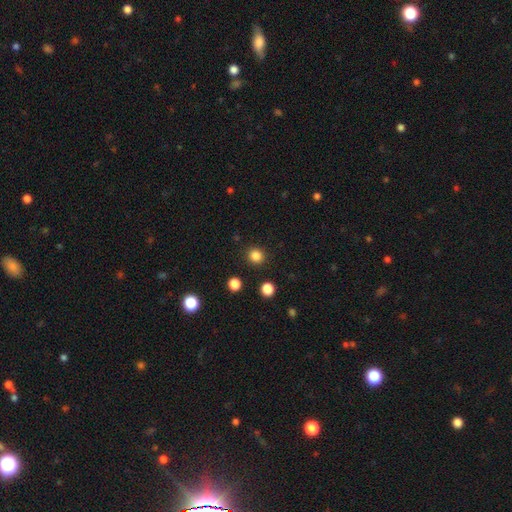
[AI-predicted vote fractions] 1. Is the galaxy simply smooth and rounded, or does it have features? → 84% smooth, 13% star or artifact, 3% featured or disk.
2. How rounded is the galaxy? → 92% round, 7% in between, 1% cigar-shaped.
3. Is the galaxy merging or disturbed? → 91% none, 5% minor disturbance, 2% major disturbance, 2% merger.